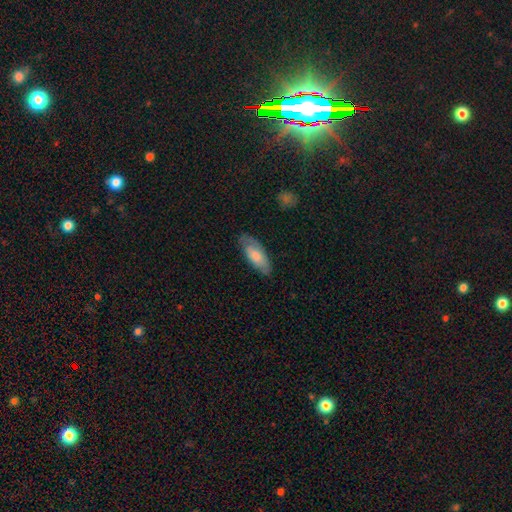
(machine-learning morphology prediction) Q: Smooth or featured?
A: smooth (72%); runner-up: featured or disk (23%)
Q: How rounded?
A: in between (80%); runner-up: cigar-shaped (18%)
Q: Merging?
A: none (75%); runner-up: minor disturbance (20%)